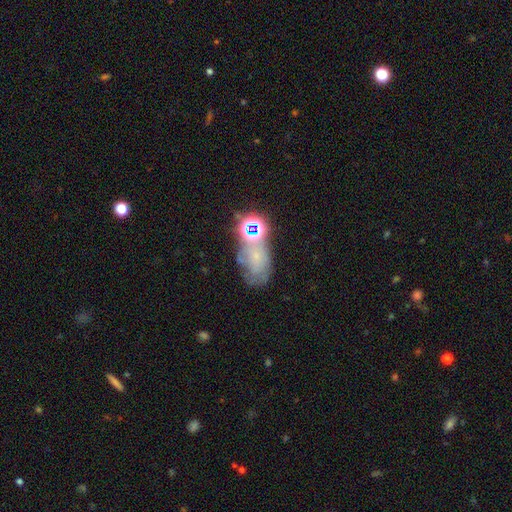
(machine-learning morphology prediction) The model was most divided on "smooth or featured": featured or disk: 38%, star or artifact: 32%, smooth: 30%. Remaining: merging — none (45%).